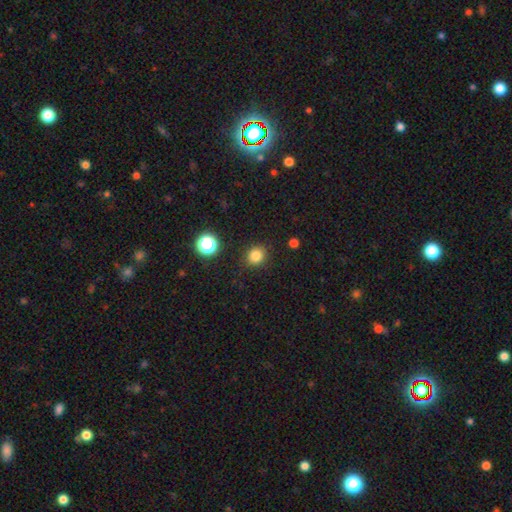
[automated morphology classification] Smooth or featured? smooth (82%)
How rounded? round (82%)
Merging? none (88%)